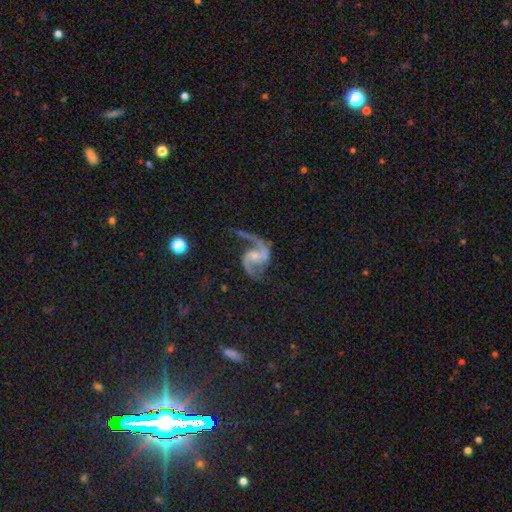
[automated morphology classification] Smooth or featured? Predicted: featured or disk (p=0.92). Edge-on disk? Predicted: no (p=0.98). Bar? Predicted: no (p=0.46). Spiral arms? Predicted: yes (p=0.98). Spiral winding? Predicted: loose (p=0.53). Spiral arm count? Predicted: 2 (p=0.93). Bulge size? Predicted: small (p=0.51). Merging? Predicted: none (p=0.64).